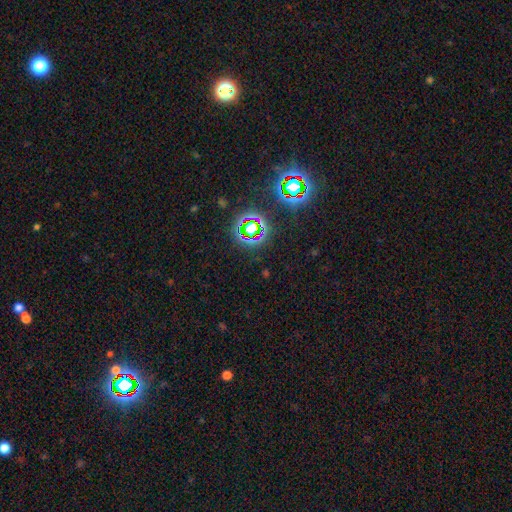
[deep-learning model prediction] A star or artifact, not a galaxy (75%).

Vote fractions:
- Smooth or featured? star or artifact: 75% / smooth: 15% / featured or disk: 9%